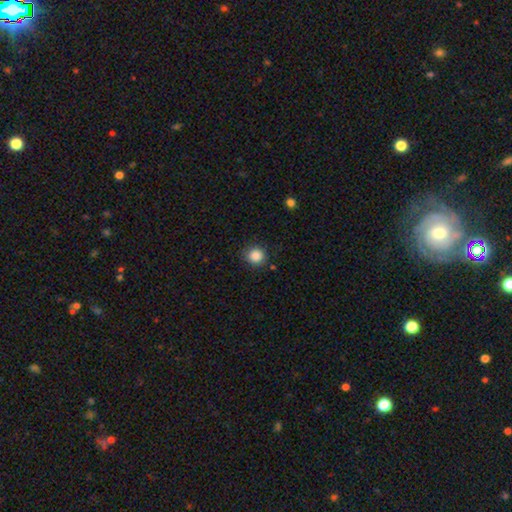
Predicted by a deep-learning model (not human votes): A smooth galaxy with no disk features (87%) that is round (90%).

Vote fractions:
- Smooth or featured? smooth: 87% / star or artifact: 10% / featured or disk: 3%
- How rounded? round: 90% / in between: 9% / cigar-shaped: 1%
- Merging? none: 86% / minor disturbance: 9% / major disturbance: 3% / merger: 2%